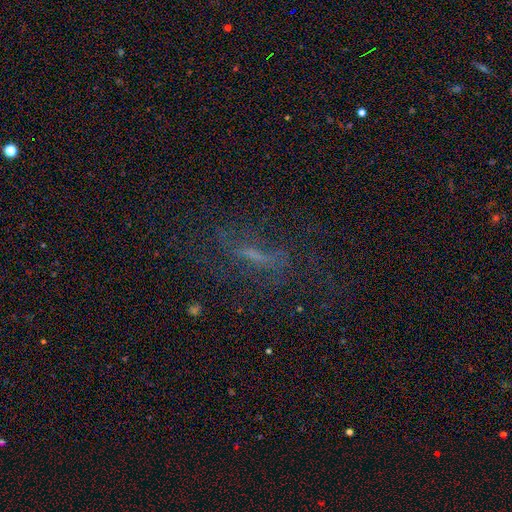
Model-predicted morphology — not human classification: This appears to be a featured or disk galaxy (50%). Merging: none (59%).